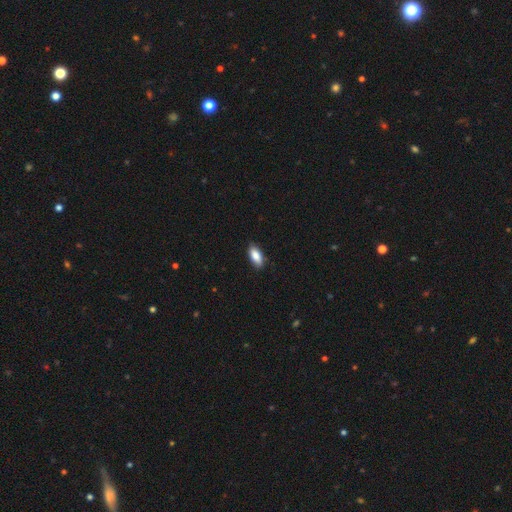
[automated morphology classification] Smooth or featured: smooth — 85% (featured or disk — 8%)
How rounded: in between — 86% (cigar-shaped — 12%)
Merging: none — 84% (minor disturbance — 13%)